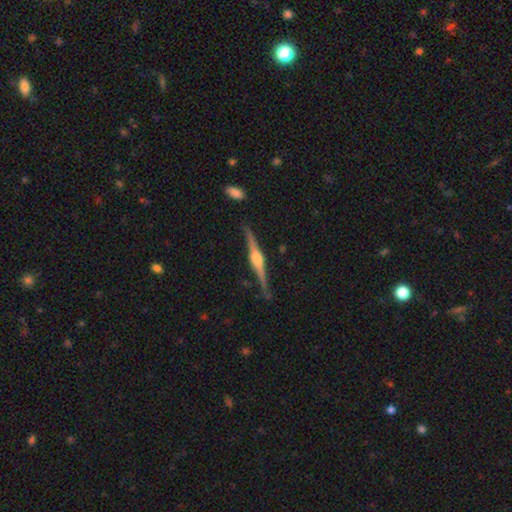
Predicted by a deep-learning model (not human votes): Smooth or featured: featured or disk — 86% (smooth — 9%)
Edge-on disk: yes — 98% (no — 2%)
Edge-on bulge: rounded — 87% (boxy — 10%)
Merging: none — 87% (minor disturbance — 9%)